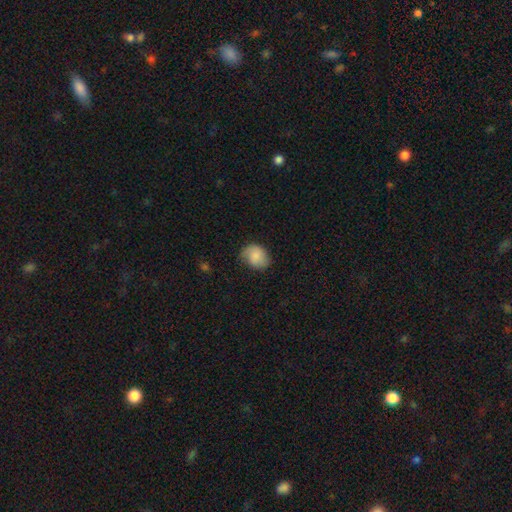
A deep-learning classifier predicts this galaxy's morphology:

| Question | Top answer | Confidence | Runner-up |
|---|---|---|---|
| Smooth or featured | smooth | 80% | featured or disk (13%) |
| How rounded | in between | 52% | round (47%) |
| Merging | none | 66% | minor disturbance (26%) |